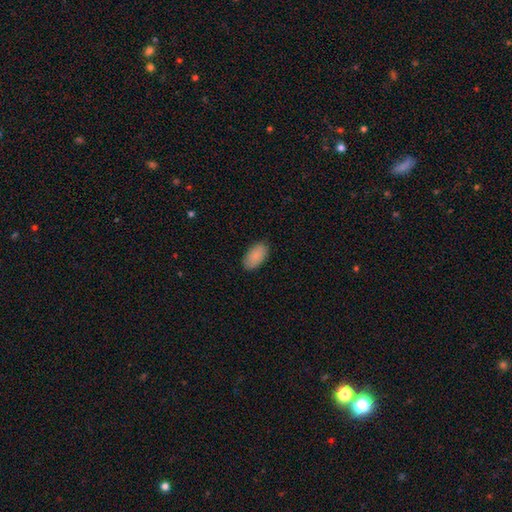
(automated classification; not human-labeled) Smooth or featured?
  - smooth: 89% *
  - star or artifact: 6%
  - featured or disk: 4%
How rounded?
  - in between: 96% *
  - round: 3%
  - cigar-shaped: 2%
Merging?
  - none: 88% *
  - minor disturbance: 9%
  - major disturbance: 2%
  - merger: 1%